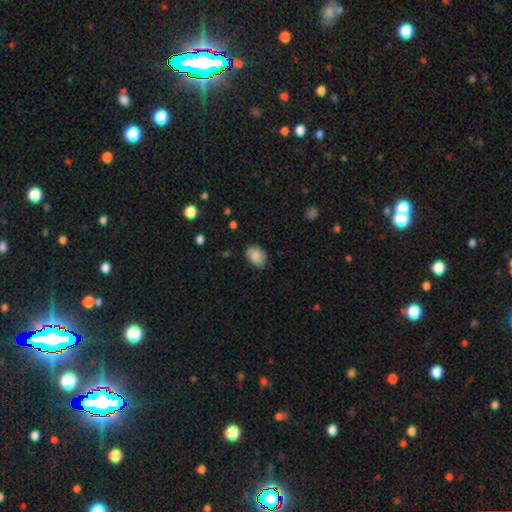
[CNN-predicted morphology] Q: Smooth or featured?
A: smooth (87%); runner-up: star or artifact (7%)
Q: How rounded?
A: in between (81%); runner-up: round (18%)
Q: Merging?
A: none (76%); runner-up: minor disturbance (19%)